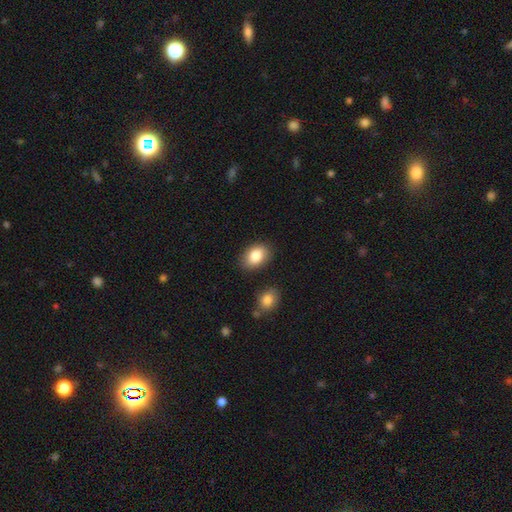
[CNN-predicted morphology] smooth-or-featured: smooth: 84% | featured or disk: 9% | star or artifact: 8%
  how-rounded: in between: 79% | round: 20% | cigar-shaped: 1%
  merging: none: 84% | minor disturbance: 11% | merger: 3% | major disturbance: 3%